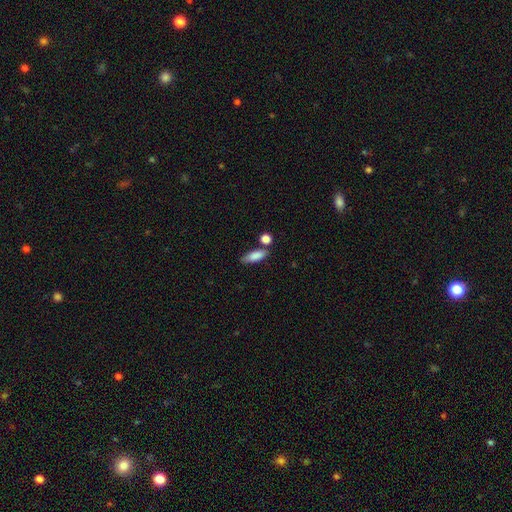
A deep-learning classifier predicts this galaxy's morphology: Q: Smooth or featured?
A: smooth (84%); runner-up: featured or disk (9%)
Q: How rounded?
A: in between (66%); runner-up: cigar-shaped (30%)
Q: Merging?
A: none (68%); runner-up: minor disturbance (15%)